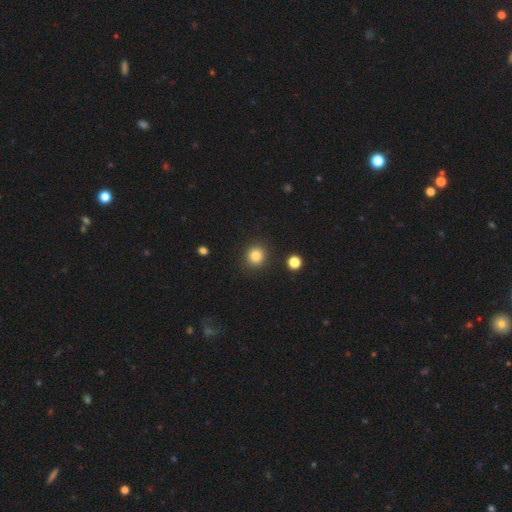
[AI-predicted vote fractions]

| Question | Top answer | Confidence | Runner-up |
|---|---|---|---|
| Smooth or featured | smooth | 84% | star or artifact (11%) |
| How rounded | round | 90% | in between (9%) |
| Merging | none | 89% | minor disturbance (6%) |